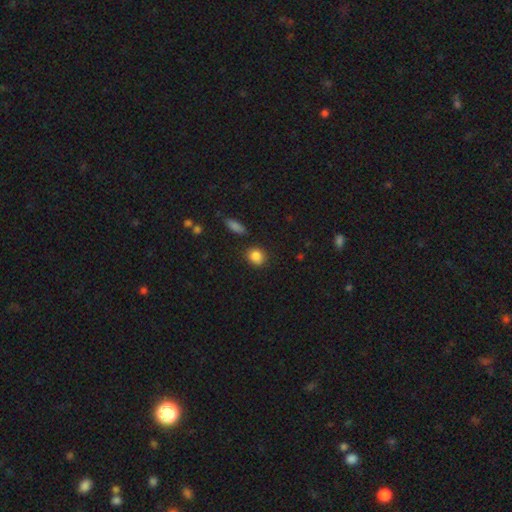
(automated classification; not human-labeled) Morphology: type=smooth (86%); roundness=round (67%); merging=none (82%).